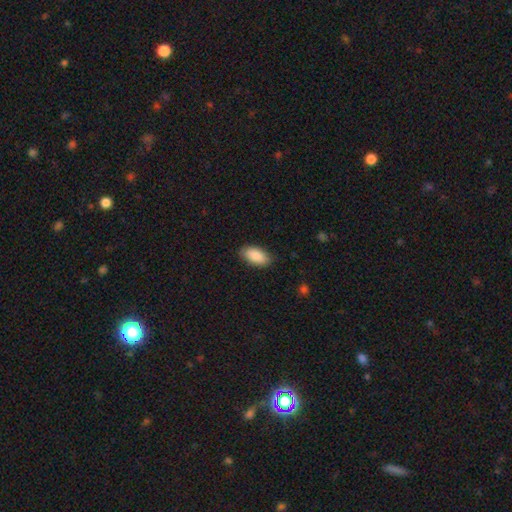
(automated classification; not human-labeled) smooth-or-featured: smooth: 89% | star or artifact: 6% | featured or disk: 5%
  how-rounded: in between: 93% | cigar-shaped: 4% | round: 2%
  merging: none: 86% | minor disturbance: 11% | major disturbance: 2% | merger: 1%